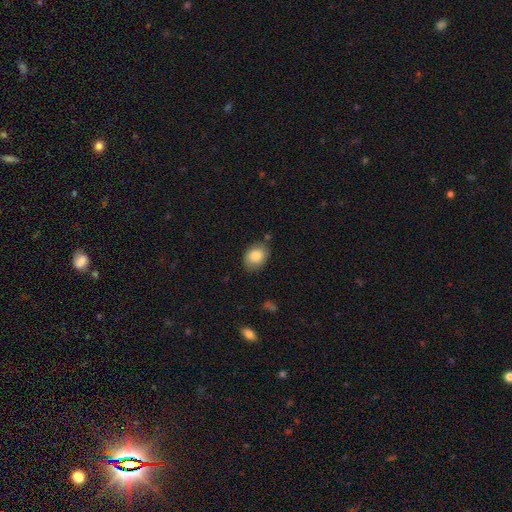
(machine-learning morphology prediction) A smooth galaxy with no disk features (84%) that is in between round and cigar-shaped (68%). Merging: none (76%).